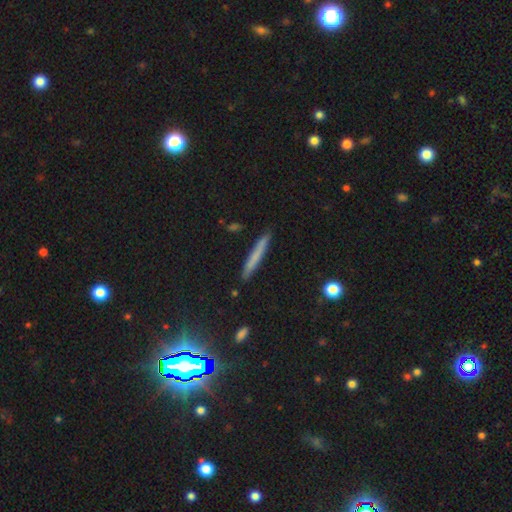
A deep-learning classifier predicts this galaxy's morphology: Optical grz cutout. It shows a smooth galaxy with no disk features (66%) that is cigar-shaped (96%). Merging: none (89%).